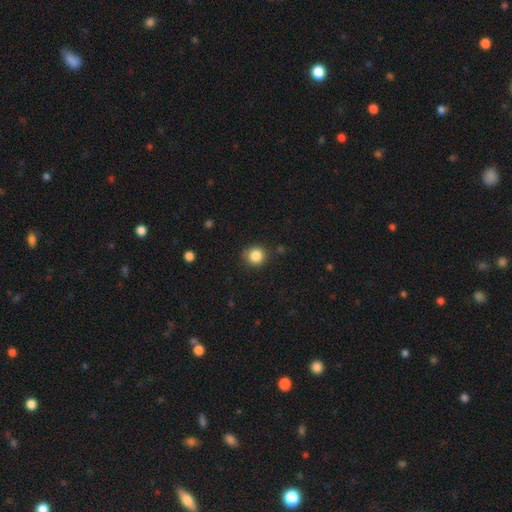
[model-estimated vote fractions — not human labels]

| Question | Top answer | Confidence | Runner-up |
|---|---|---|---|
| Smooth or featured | smooth | 85% | star or artifact (11%) |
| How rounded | round | 90% | in between (9%) |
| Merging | none | 84% | minor disturbance (11%) |